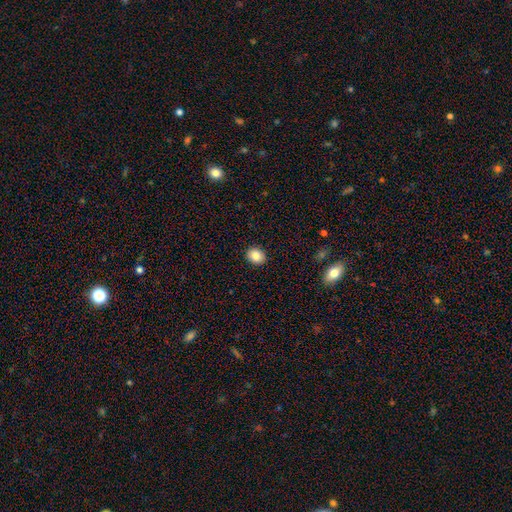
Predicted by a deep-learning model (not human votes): smooth 86%, star or artifact 9%, featured or disk 5%. Down the decision tree: how rounded — round (57%); merging — none (91%).